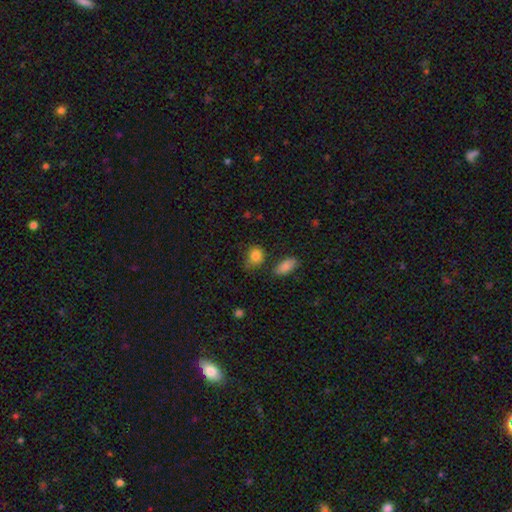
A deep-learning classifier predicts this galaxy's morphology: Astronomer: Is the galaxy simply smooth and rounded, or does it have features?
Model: smooth — 85%.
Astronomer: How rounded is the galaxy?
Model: round — 61% (runner-up: in between, 38%).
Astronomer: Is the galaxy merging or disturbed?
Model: none — 62%.